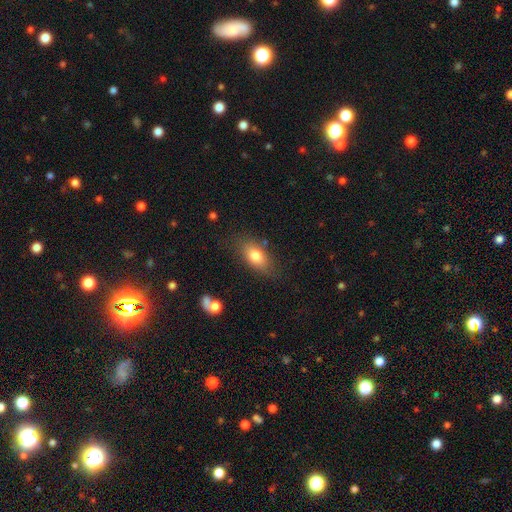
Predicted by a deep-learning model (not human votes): smooth-or-featured: smooth: 78% | featured or disk: 14% | star or artifact: 8%
  how-rounded: in between: 84% | round: 10% | cigar-shaped: 6%
  merging: none: 76% | minor disturbance: 16% | major disturbance: 5% | merger: 3%